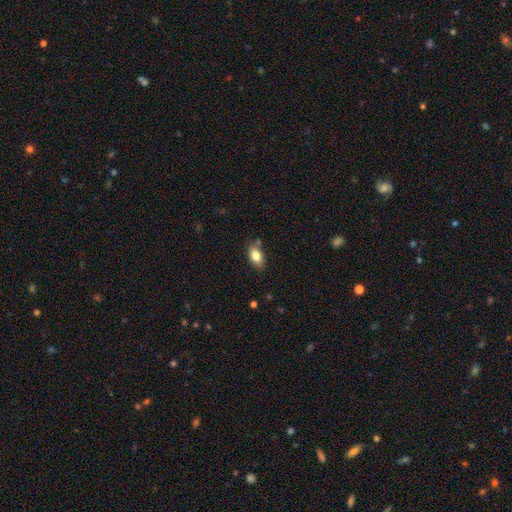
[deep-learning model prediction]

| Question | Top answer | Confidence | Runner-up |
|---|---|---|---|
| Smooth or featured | smooth | 81% | featured or disk (11%) |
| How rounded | in between | 89% | round (8%) |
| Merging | none | 73% | minor disturbance (18%) |